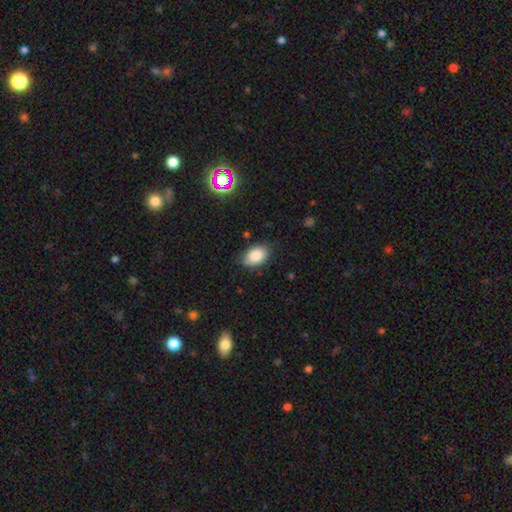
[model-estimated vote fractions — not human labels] This is clearly a smooth galaxy (86%). How rounded: clearly in between (88%). Merging: clearly none (81%).